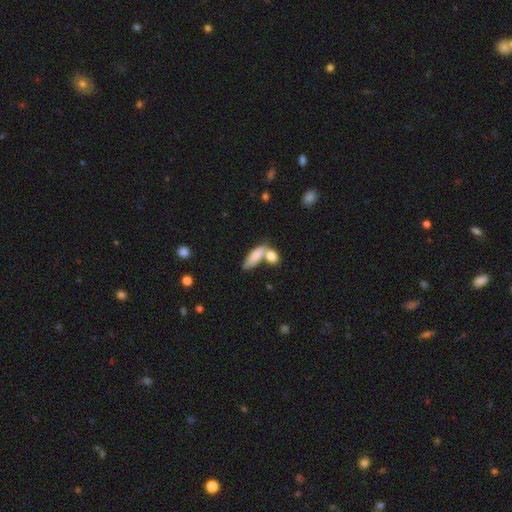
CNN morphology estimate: Smooth or featured: smooth — 81% (featured or disk — 12%)
How rounded: in between — 64% (cigar-shaped — 32%)
Merging: merger — 43% (none — 39%)